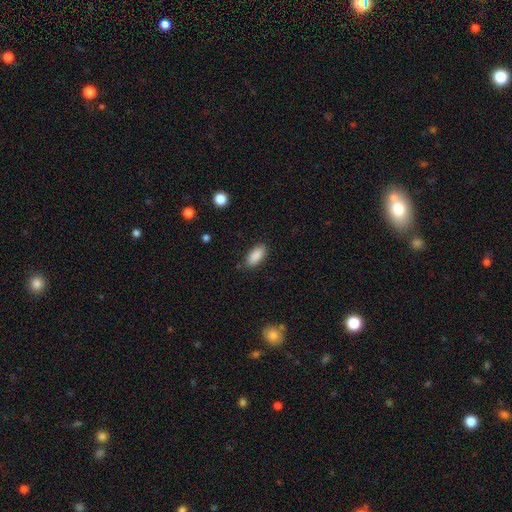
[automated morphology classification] Smooth or featured: smooth — 89% (star or artifact — 7%)
How rounded: in between — 87% (cigar-shaped — 11%)
Merging: none — 85% (minor disturbance — 11%)